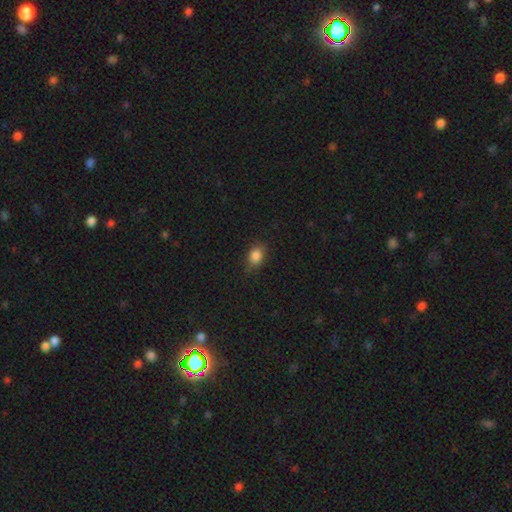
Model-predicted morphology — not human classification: Smooth or featured? smooth (84%)
How rounded? in between (60%)
Merging? none (75%)